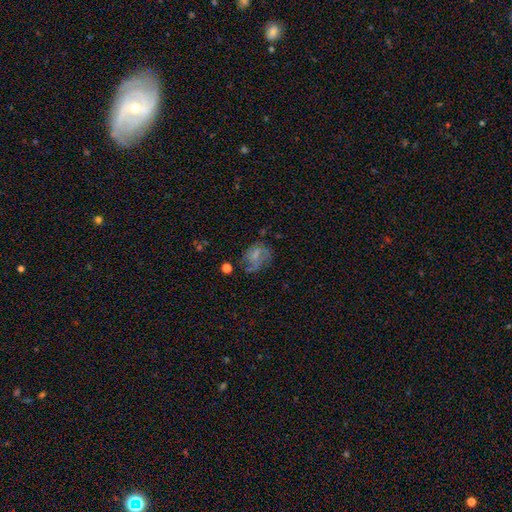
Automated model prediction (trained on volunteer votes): The model was most divided on "smooth or featured": featured or disk: 49%, smooth: 40%, star or artifact: 12%. Remaining: merging — none (44%).